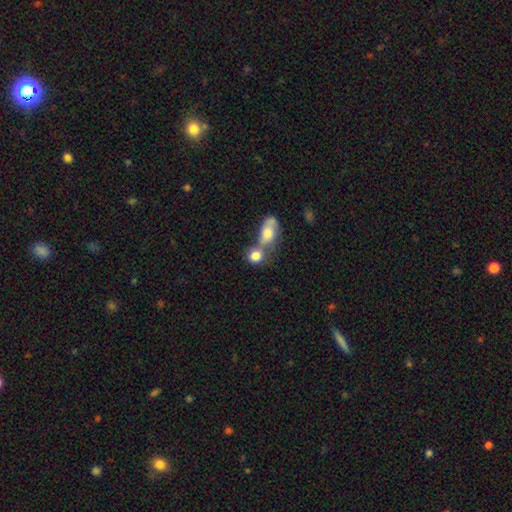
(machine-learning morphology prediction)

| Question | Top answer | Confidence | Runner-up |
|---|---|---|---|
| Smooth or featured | smooth | 79% | featured or disk (12%) |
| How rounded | round | 64% | in between (34%) |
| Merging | merger | 56% | none (31%) |